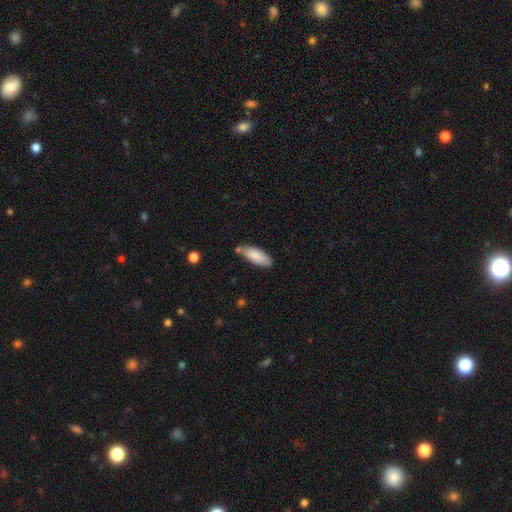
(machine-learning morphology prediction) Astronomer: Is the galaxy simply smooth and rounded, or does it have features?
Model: smooth — 86%.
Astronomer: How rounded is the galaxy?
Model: in between — 75%.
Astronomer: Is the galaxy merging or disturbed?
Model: none — 70%.